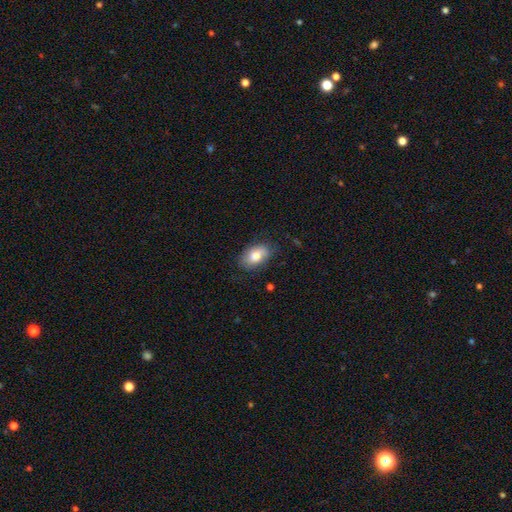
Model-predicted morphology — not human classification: Smooth or featured? smooth (81%)
How rounded? in between (90%)
Merging? none (77%)